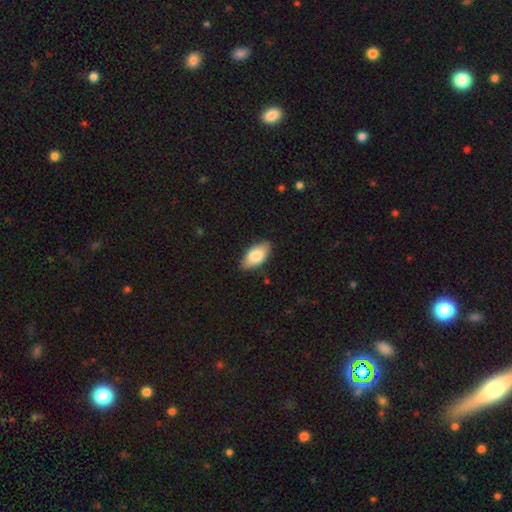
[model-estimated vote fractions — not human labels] smooth-or-featured: smooth: 82% | featured or disk: 13% | star or artifact: 6%
  how-rounded: in between: 94% | cigar-shaped: 4% | round: 3%
  merging: none: 85% | minor disturbance: 12% | major disturbance: 2% | merger: 1%